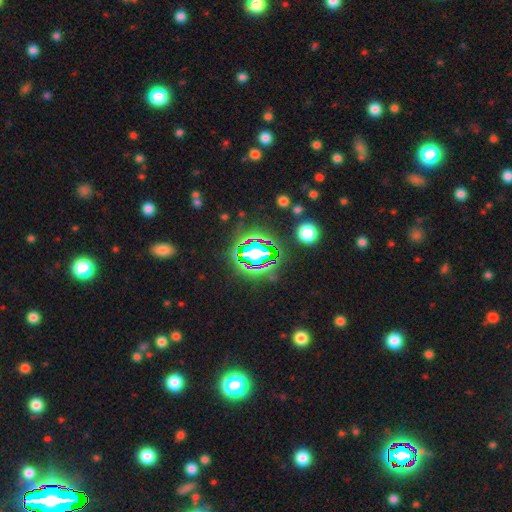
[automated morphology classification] Q: Smooth or featured?
A: star or artifact (72%); runner-up: smooth (16%)